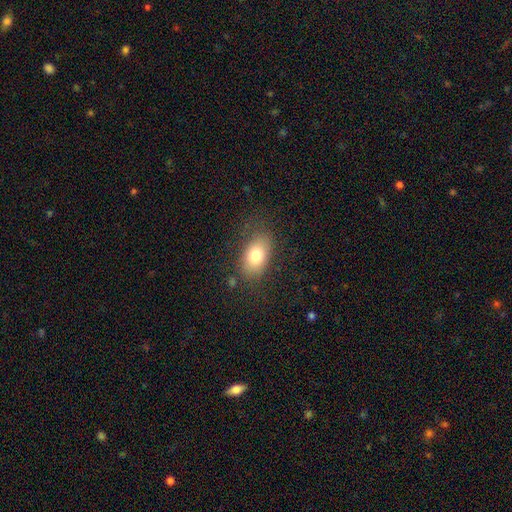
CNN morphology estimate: The model was most divided on "smooth or featured": smooth: 77%, featured or disk: 14%, star or artifact: 9%. More confident: how rounded — in between (87%); merging — none (78%).